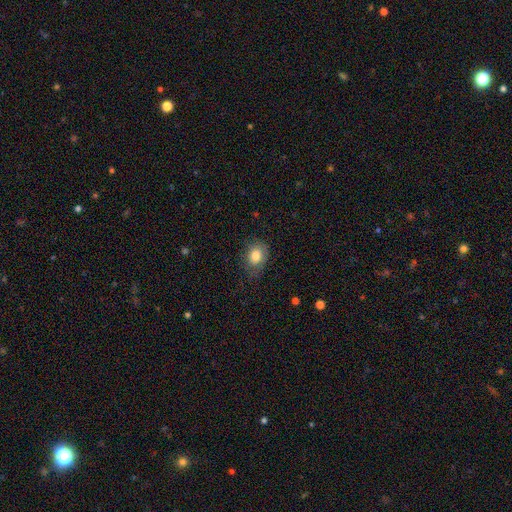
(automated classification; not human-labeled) A smooth galaxy with no disk features (80%) that is in between round and cigar-shaped (60%). Merging: none (63%).